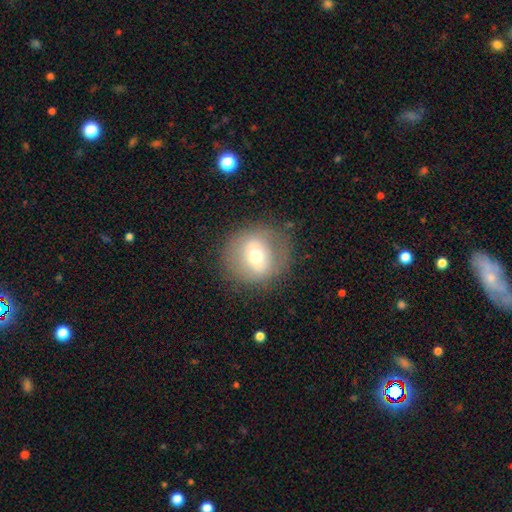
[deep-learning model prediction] Smooth or featured?
  - smooth: 55% *
  - featured or disk: 34%
  - star or artifact: 11%
How rounded?
  - round: 89% *
  - in between: 10%
  - cigar-shaped: 1%
Merging?
  - none: 77% *
  - minor disturbance: 14%
  - major disturbance: 8%
  - merger: 1%